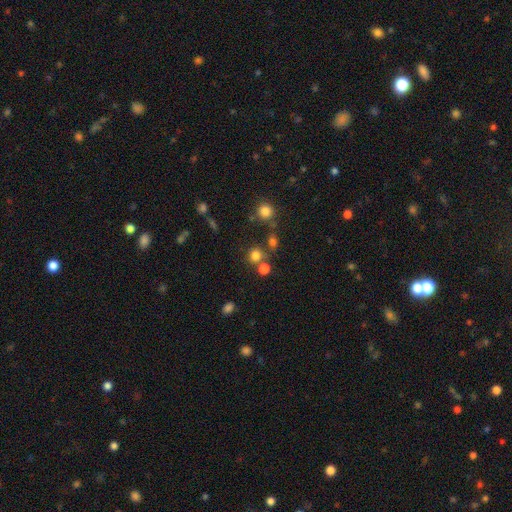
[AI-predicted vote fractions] Overall: smooth (75%). How rounded: round (87%). Merging: none (67%).